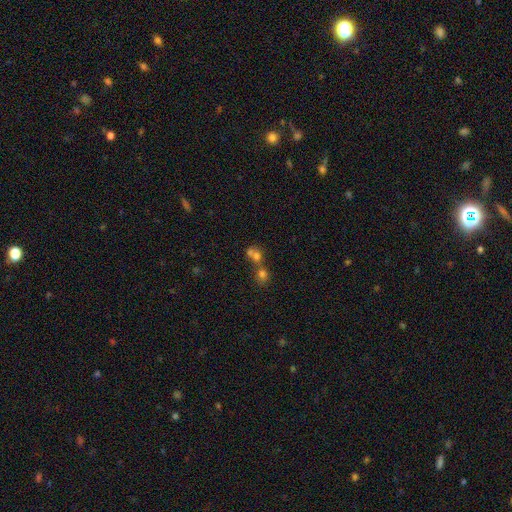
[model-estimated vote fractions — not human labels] smooth 67%, featured or disk 17%, star or artifact 16%. Down the decision tree: how rounded — round (74%); merging — merger (63%).